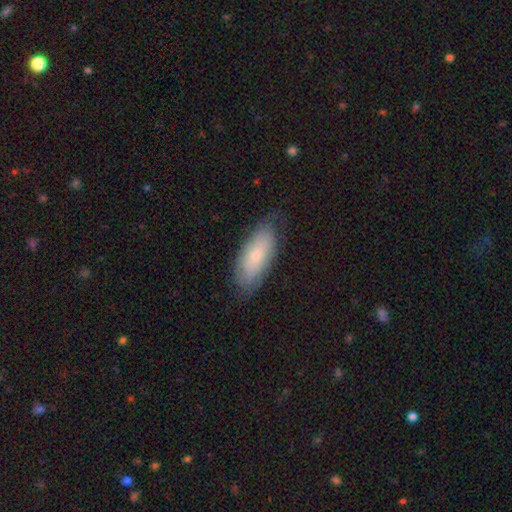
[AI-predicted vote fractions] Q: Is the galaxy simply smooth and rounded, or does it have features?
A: smooth — 62%.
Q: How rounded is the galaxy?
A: in between — 81%.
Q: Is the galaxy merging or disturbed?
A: none — 75%.